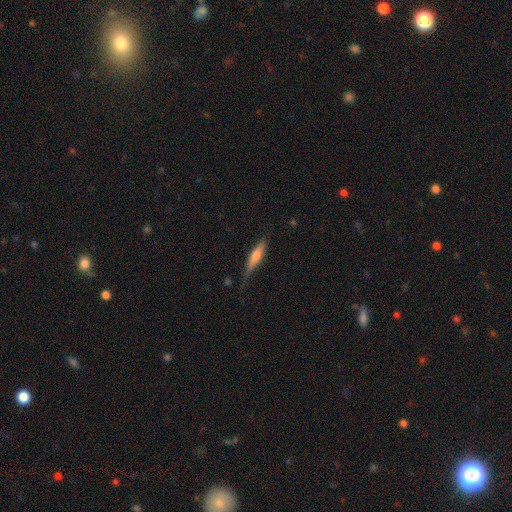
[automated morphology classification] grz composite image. It shows a smooth galaxy with no disk features (62%) that is cigar-shaped (81%). Merging: none (60%).